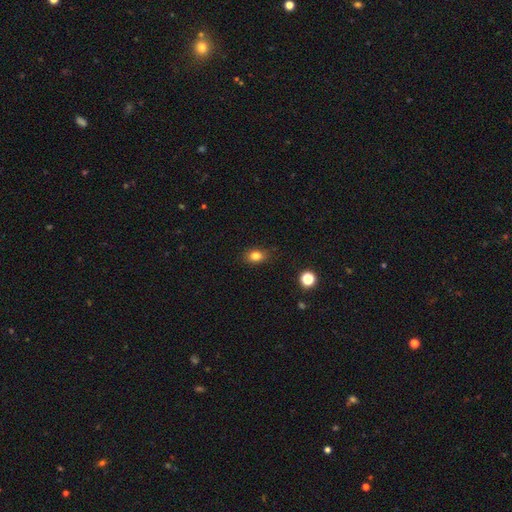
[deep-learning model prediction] smooth-or-featured: smooth: 81% | star or artifact: 12% | featured or disk: 7%
  how-rounded: in between: 69% | round: 29% | cigar-shaped: 2%
  merging: none: 84% | minor disturbance: 12% | major disturbance: 3% | merger: 1%